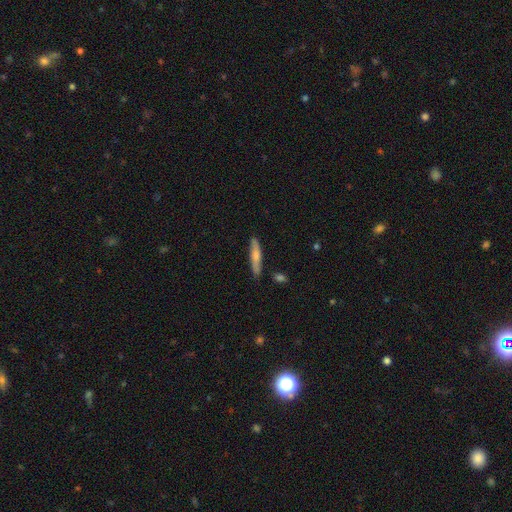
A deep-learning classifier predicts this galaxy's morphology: This is likely a smooth galaxy (66%). How rounded: clearly cigar-shaped (87%). Merging: clearly none (83%).